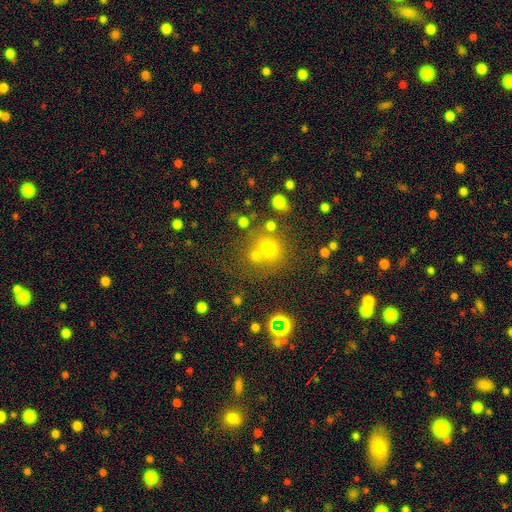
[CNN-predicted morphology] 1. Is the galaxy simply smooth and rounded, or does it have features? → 66% smooth, 22% star or artifact, 12% featured or disk.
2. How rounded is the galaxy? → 85% round, 14% in between, 1% cigar-shaped.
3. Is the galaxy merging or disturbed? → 59% none, 26% merger, 10% minor disturbance, 5% major disturbance.